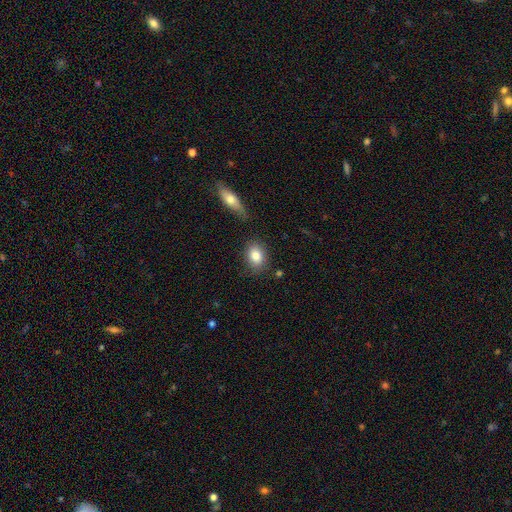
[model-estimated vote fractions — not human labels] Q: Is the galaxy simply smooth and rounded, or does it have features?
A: smooth — 83%.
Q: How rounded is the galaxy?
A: in between — 72%.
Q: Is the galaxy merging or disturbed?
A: none — 78%.